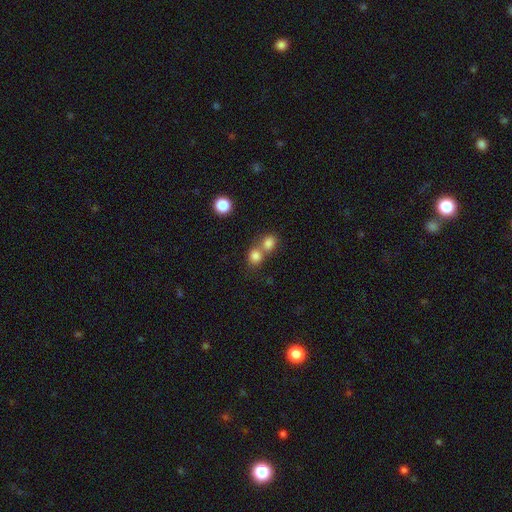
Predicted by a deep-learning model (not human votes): This is clearly a smooth galaxy (81%). How rounded: likely round (74%). Merging: possibly merger (52%).